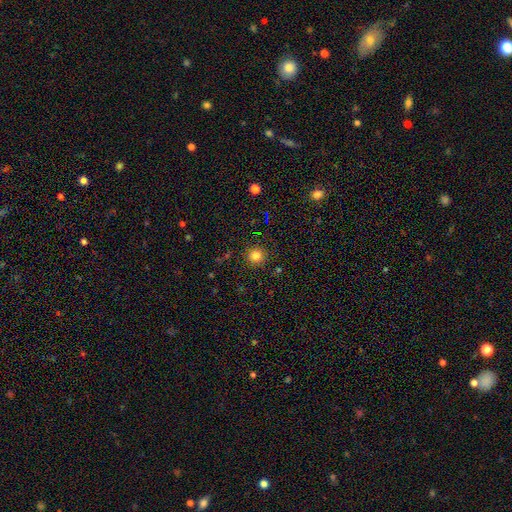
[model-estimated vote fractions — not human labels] The model was most divided on "smooth or featured": smooth: 80%, star or artifact: 14%, featured or disk: 5%. More confident: how rounded — round (95%); merging — none (91%).